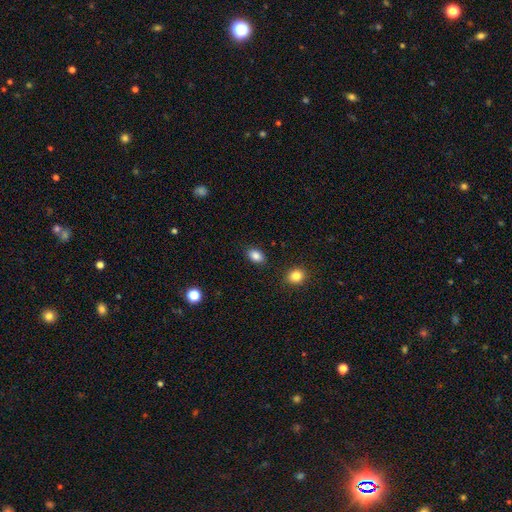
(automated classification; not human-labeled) This is clearly a smooth galaxy (86%). How rounded: clearly in between (85%). Merging: clearly none (87%).